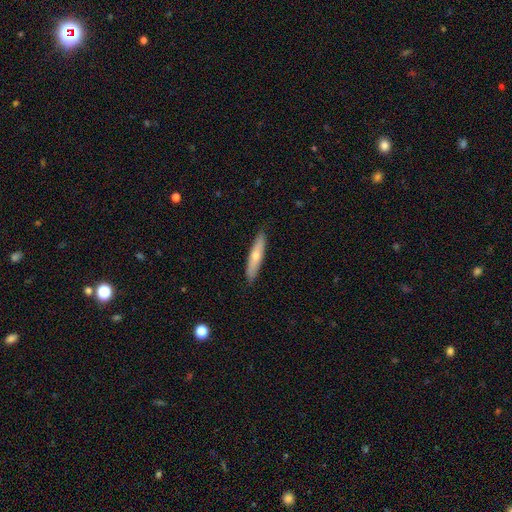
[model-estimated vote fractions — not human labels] Smooth or featured? smooth (62%)
How rounded? cigar-shaped (84%)
Merging? none (88%)